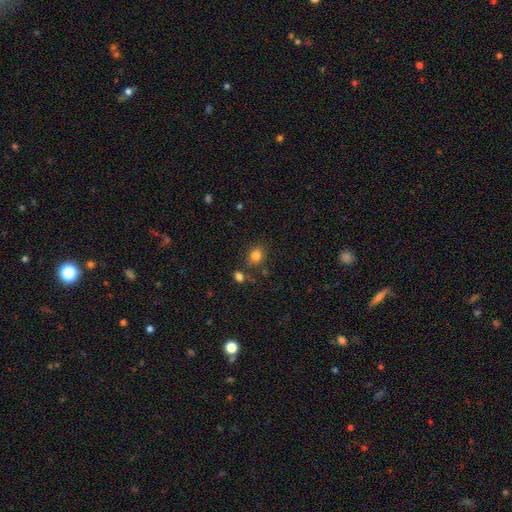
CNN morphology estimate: smooth 82%, star or artifact 12%, featured or disk 6%. Down the decision tree: how rounded — round (59%); merging — none (75%).